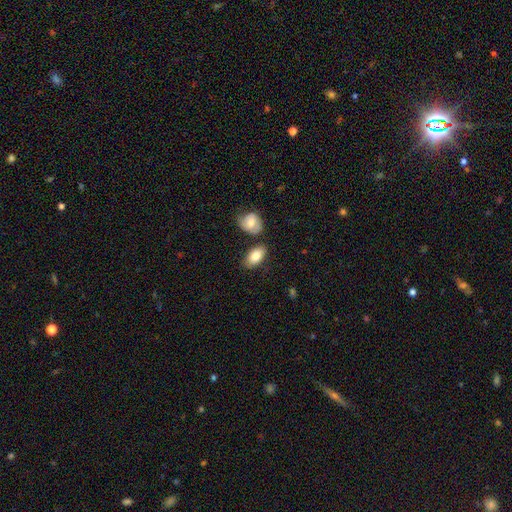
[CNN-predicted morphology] Smooth or featured? smooth (82%)
How rounded? in between (93%)
Merging? none (69%)